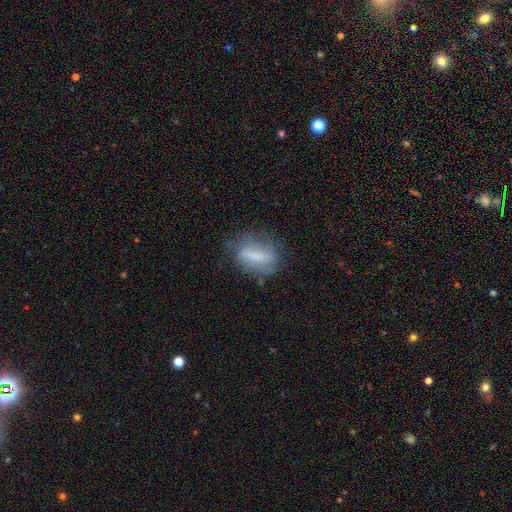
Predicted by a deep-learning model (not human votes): smooth 56%, featured or disk 34%, star or artifact 9%. Down the decision tree: how rounded — in between (62%); merging — none (62%).